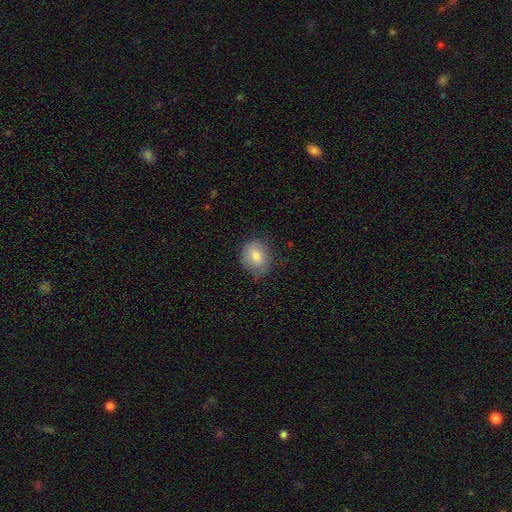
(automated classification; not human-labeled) Morphology: type=smooth (76%); roundness=round (58%); merging=none (69%).